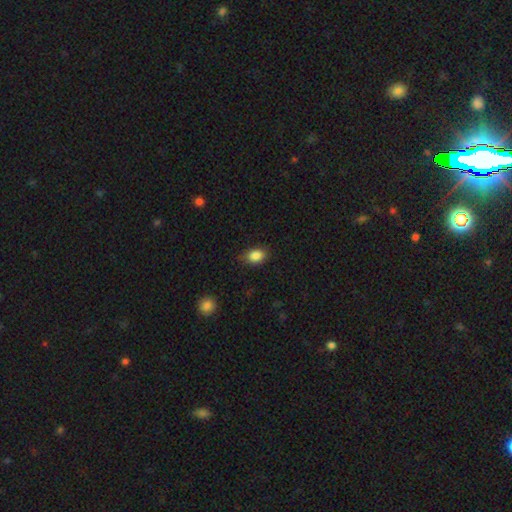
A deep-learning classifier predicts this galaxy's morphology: Q: Smooth or featured?
A: smooth (86%); runner-up: star or artifact (9%)
Q: How rounded?
A: in between (77%); runner-up: round (22%)
Q: Merging?
A: none (80%); runner-up: minor disturbance (16%)